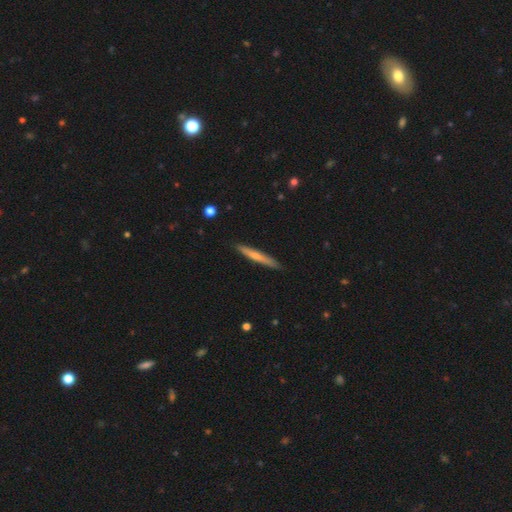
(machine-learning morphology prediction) smooth_or_featured: smooth (p=0.58) [alt: featured or disk p=0.37]
how_rounded: cigar-shaped (p=0.95) [alt: in between p=0.03]
merging: none (p=0.88) [alt: minor disturbance p=0.09]